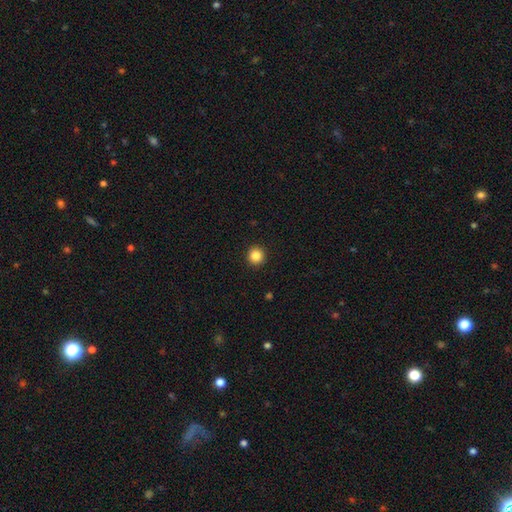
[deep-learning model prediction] Morphology: type=smooth (85%); roundness=round (95%); merging=none (93%).